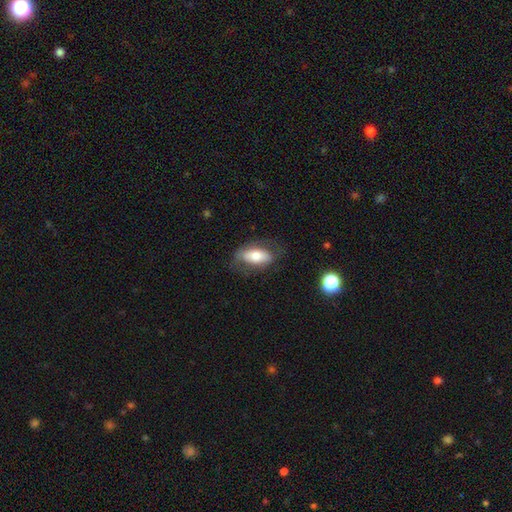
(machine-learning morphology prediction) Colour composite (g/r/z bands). It shows a smooth galaxy with no disk features (62%) that is in between round and cigar-shaped (85%). Merging: none (69%).